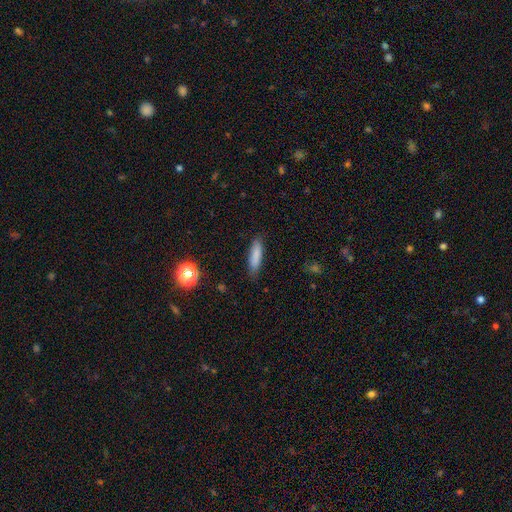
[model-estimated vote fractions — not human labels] A smooth galaxy with no disk features (83%) that is cigar-shaped (71%). Merging: none (83%).